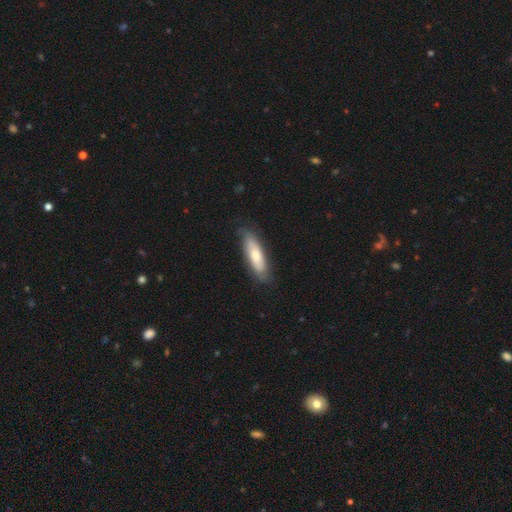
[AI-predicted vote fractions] Morphology: type=smooth (60%); roundness=in between (50%); merging=none (77%).